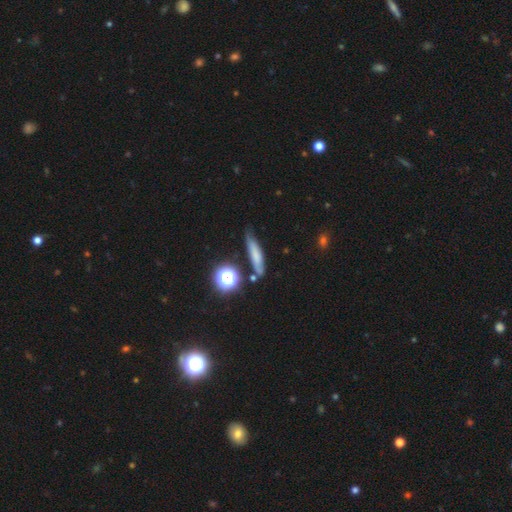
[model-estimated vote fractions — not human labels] Smooth or featured?
  - smooth: 64% *
  - featured or disk: 20%
  - star or artifact: 16%
How rounded?
  - cigar-shaped: 69% *
  - in between: 16%
  - round: 15%
Merging?
  - none: 70% *
  - minor disturbance: 20%
  - merger: 6%
  - major disturbance: 5%